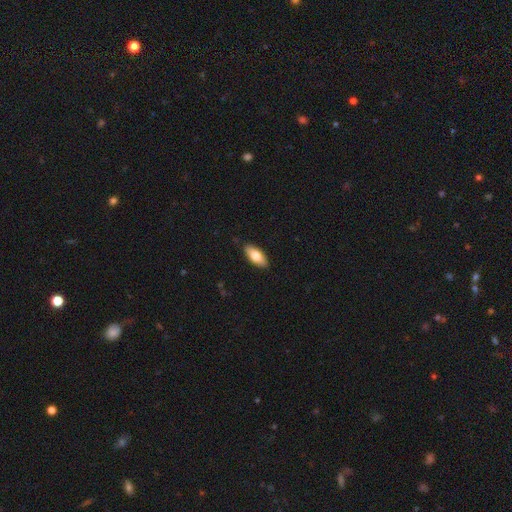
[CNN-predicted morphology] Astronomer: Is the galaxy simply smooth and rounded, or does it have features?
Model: smooth — 75%.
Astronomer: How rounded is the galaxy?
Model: in between — 83%.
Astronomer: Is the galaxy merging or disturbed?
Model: none — 89%.